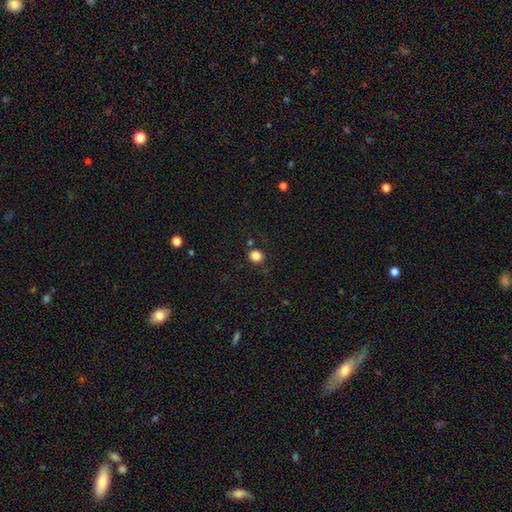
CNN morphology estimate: Smooth or featured? smooth (84%)
How rounded? round (80%)
Merging? none (82%)